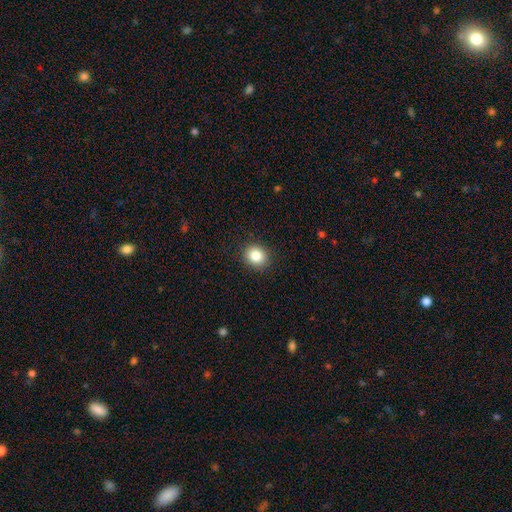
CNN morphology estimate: Smooth or featured?
  - smooth: 85% *
  - star or artifact: 10%
  - featured or disk: 5%
How rounded?
  - round: 78% *
  - in between: 21%
  - cigar-shaped: 1%
Merging?
  - none: 90% *
  - minor disturbance: 7%
  - major disturbance: 2%
  - merger: 1%